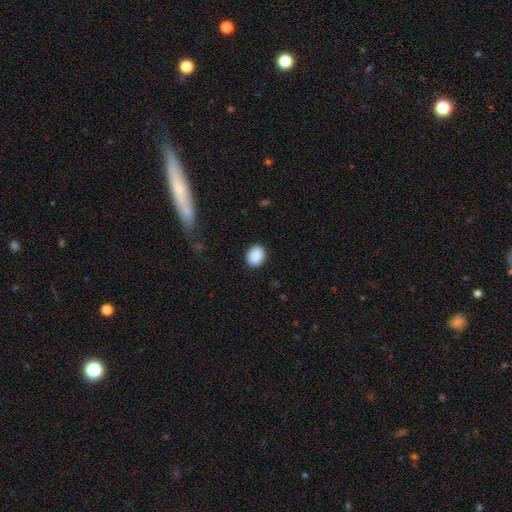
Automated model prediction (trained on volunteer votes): Morphology: type=smooth (90%); roundness=round (59%); merging=none (90%).